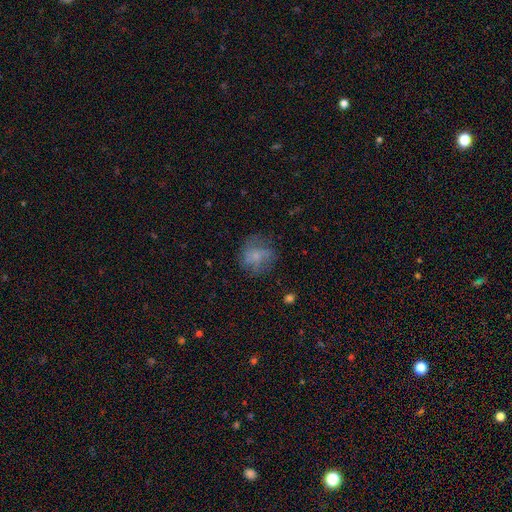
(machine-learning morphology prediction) Smooth or featured?
  - smooth: 54% *
  - featured or disk: 33%
  - star or artifact: 13%
How rounded?
  - round: 77% *
  - in between: 22%
  - cigar-shaped: 1%
Merging?
  - none: 63% *
  - minor disturbance: 20%
  - major disturbance: 15%
  - merger: 2%